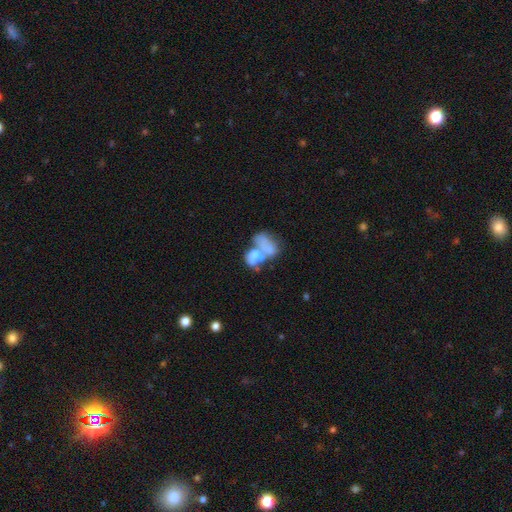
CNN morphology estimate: A smooth galaxy with no disk features (49%).

Vote fractions:
- Smooth or featured? smooth: 49% / featured or disk: 39% / star or artifact: 12%
- Merging? merger: 62% / major disturbance: 17% / none: 13% / minor disturbance: 8%